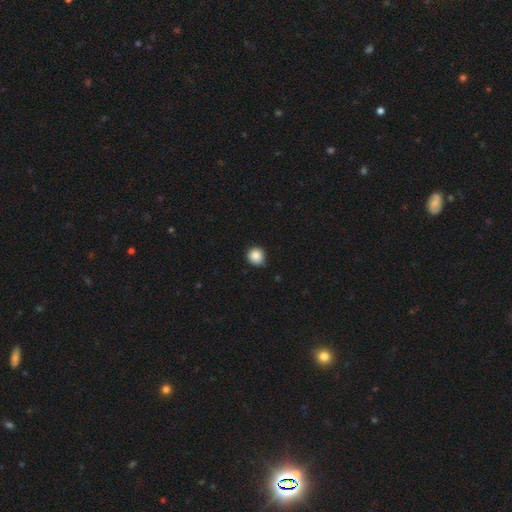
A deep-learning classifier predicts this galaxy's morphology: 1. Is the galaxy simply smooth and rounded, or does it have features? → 86% smooth, 9% star or artifact, 4% featured or disk.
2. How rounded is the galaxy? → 88% round, 11% in between, 1% cigar-shaped.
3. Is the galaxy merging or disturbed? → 74% none, 22% minor disturbance, 3% major disturbance, 1% merger.